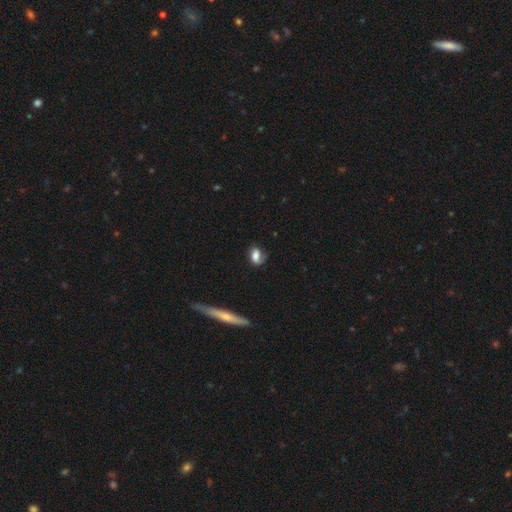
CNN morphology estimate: smooth 61%, featured or disk 30%, star or artifact 9%. Down the decision tree: how rounded — in between (69%); merging — none (54%).